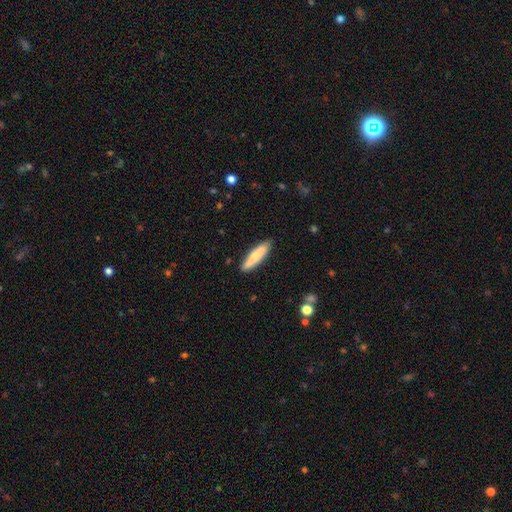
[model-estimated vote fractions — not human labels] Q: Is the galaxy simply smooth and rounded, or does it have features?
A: smooth — 75%.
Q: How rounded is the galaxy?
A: cigar-shaped — 75%.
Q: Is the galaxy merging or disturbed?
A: none — 86%.